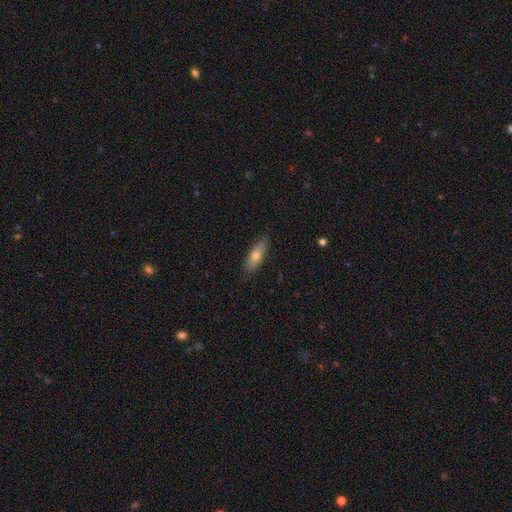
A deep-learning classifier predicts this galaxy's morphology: Q: Smooth or featured?
A: smooth (64%); runner-up: featured or disk (29%)
Q: How rounded?
A: cigar-shaped (51%); runner-up: in between (47%)
Q: Merging?
A: none (84%); runner-up: minor disturbance (13%)